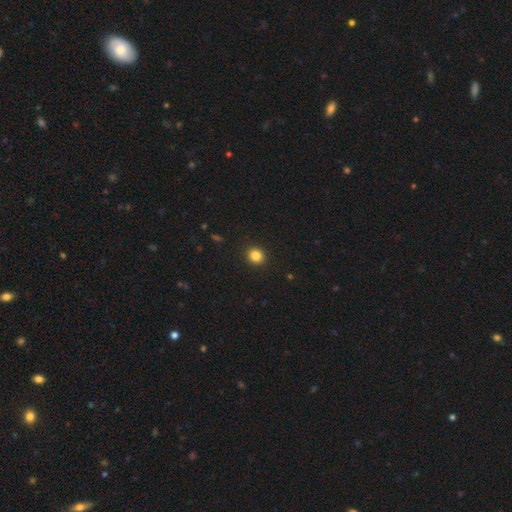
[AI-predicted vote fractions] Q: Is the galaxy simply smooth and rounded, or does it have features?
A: smooth — 85%.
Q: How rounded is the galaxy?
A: round — 82%.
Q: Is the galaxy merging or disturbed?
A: none — 92%.